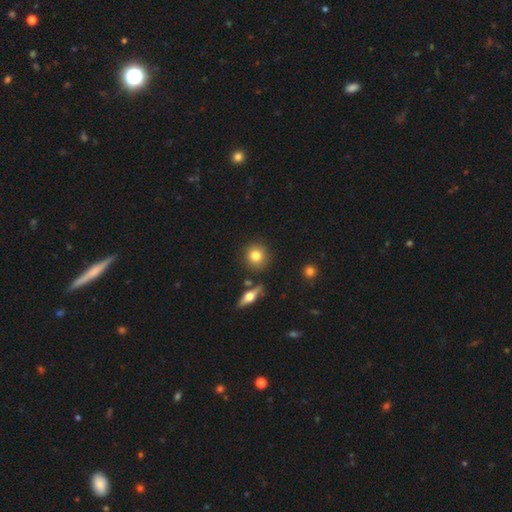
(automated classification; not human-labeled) Smooth or featured? Predicted: smooth (p=0.80). How rounded? Predicted: round (p=0.89). Merging? Predicted: none (p=0.85).